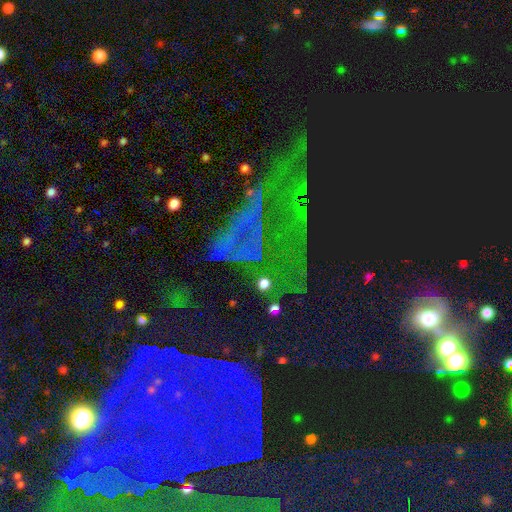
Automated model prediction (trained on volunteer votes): The model was most divided on "smooth or featured": star or artifact: 73%, featured or disk: 14%, smooth: 14%.